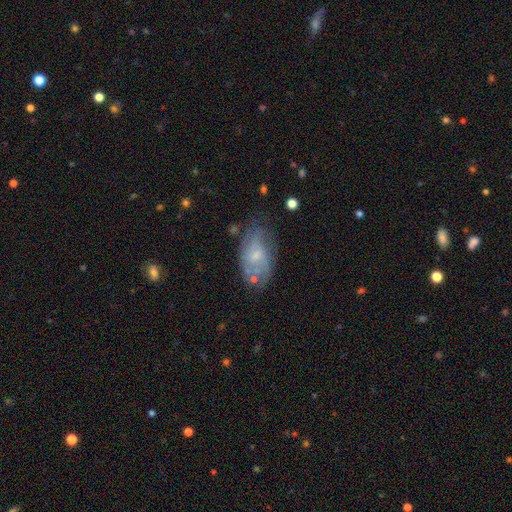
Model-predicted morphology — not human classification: A featured or disk galaxy (55%) with no bar (63%), spiral arms (65%) and a small central bulge (61%).

Vote fractions:
- Smooth or featured? featured or disk: 55% / smooth: 37% / star or artifact: 8%
- Edge-on disk? no: 95% / yes: 5%
- Bar? no: 63% / weak: 32% / strong: 5%
- Spiral arms? yes: 65% / no: 35%
- Bulge size? small: 61% / moderate: 26% / none: 10% / large: 2% / dominant: 1%
- Merging? none: 55% / minor disturbance: 27% / major disturbance: 12% / merger: 5%